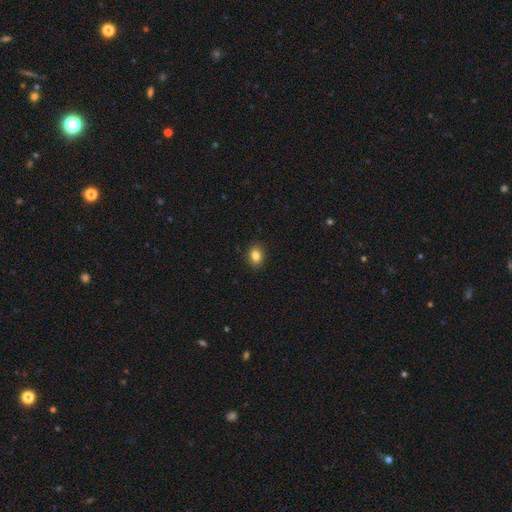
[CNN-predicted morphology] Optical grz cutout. It shows a smooth galaxy with no disk features (84%) that is in between round and cigar-shaped (61%). Merging: none (89%).